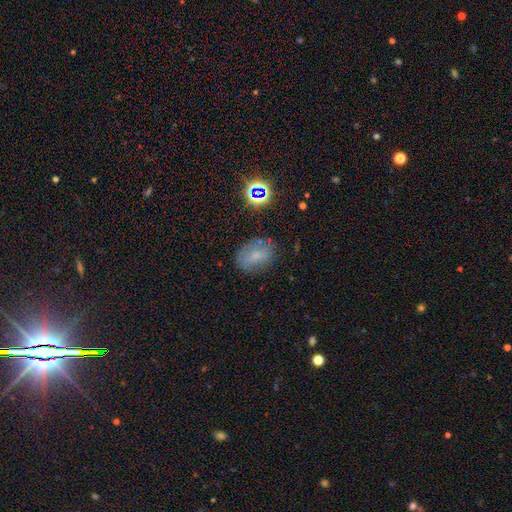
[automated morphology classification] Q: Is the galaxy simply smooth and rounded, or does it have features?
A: smooth — 66%.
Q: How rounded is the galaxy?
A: in between — 77%.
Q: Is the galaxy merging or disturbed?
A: none — 71%.